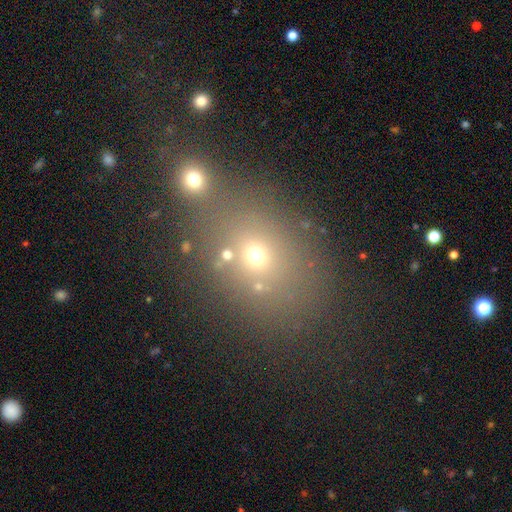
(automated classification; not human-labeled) Morphology: type=smooth (58%); roundness=in between (51%); merging=none (59%).